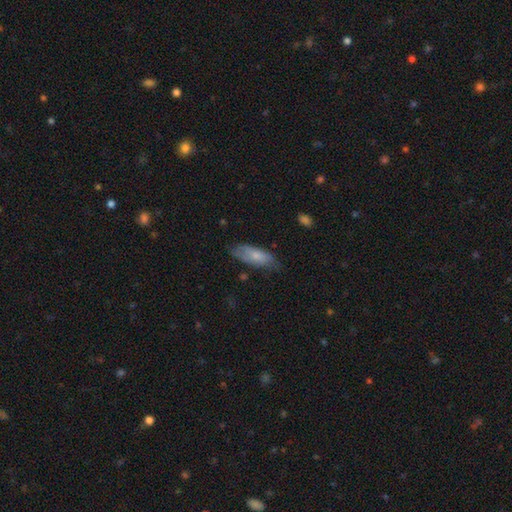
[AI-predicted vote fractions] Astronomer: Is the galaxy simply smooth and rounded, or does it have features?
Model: smooth — 70%.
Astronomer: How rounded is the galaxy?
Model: in between — 73%.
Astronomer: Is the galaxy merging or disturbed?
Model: none — 64%.